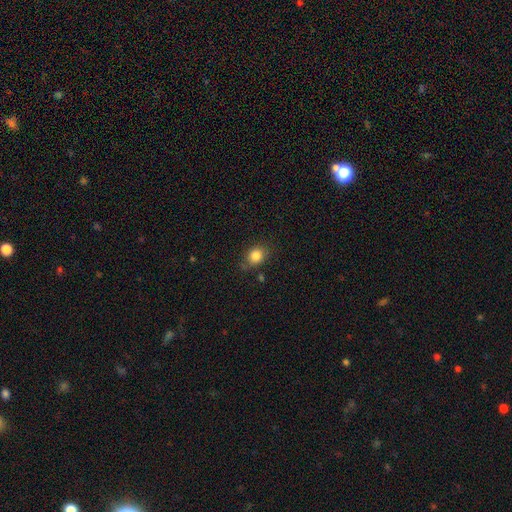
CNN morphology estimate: Overall: smooth (83%). How rounded: round (59%; in between 40%). Merging: none (73%).